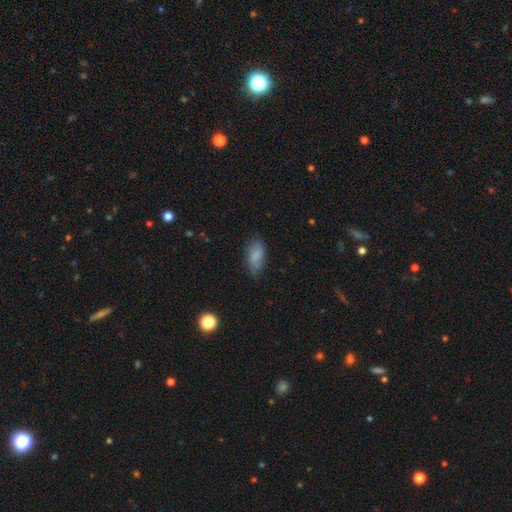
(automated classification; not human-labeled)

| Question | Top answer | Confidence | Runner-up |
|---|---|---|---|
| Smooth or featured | smooth | 77% | featured or disk (15%) |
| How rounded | in between | 88% | cigar-shaped (8%) |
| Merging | none | 67% | minor disturbance (25%) |